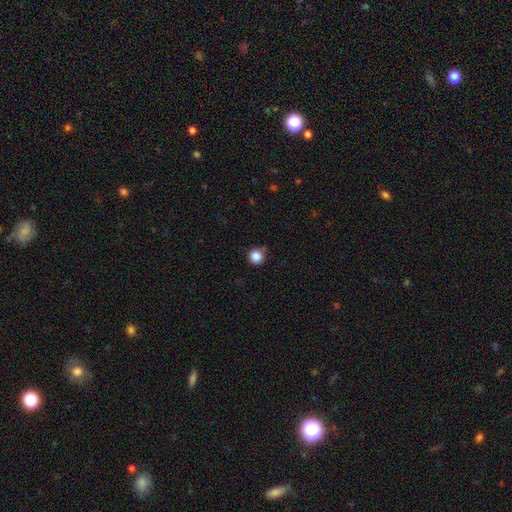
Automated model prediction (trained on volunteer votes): A smooth galaxy with no disk features (86%) that is round (94%). Merging: none (78%).